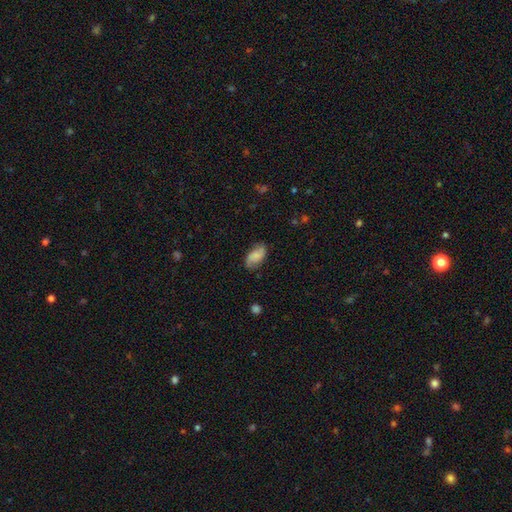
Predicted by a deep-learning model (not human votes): Morphology: type=smooth (59%); roundness=in between (93%); merging=none (75%).